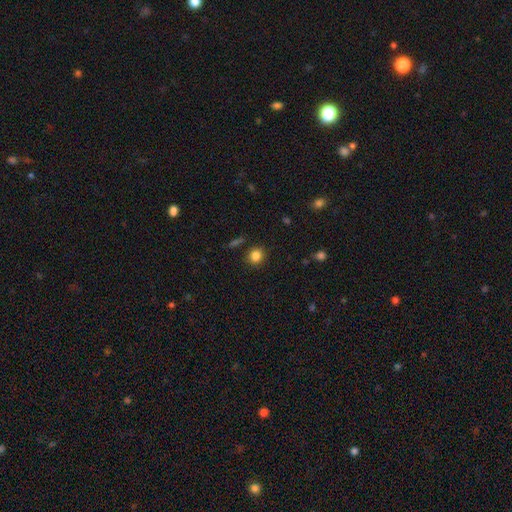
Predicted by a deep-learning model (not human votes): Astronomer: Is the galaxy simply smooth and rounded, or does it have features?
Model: smooth — 84%.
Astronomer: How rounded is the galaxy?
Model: round — 85%.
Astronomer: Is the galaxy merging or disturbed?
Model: none — 88%.